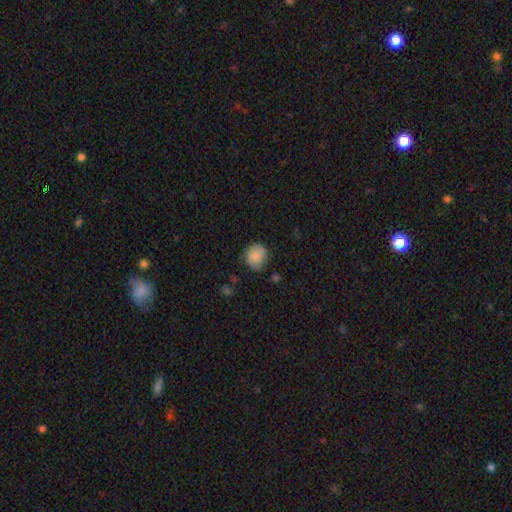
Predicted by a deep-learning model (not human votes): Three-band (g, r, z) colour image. It shows a smooth galaxy with no disk features (84%) that is round (81%). Merging: none (72%).